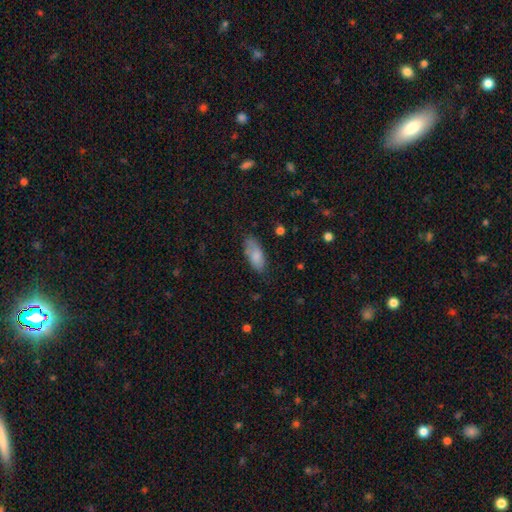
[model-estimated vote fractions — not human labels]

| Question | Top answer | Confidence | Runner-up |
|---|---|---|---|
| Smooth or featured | smooth | 82% | featured or disk (11%) |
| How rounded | in between | 83% | cigar-shaped (15%) |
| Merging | none | 68% | minor disturbance (24%) |